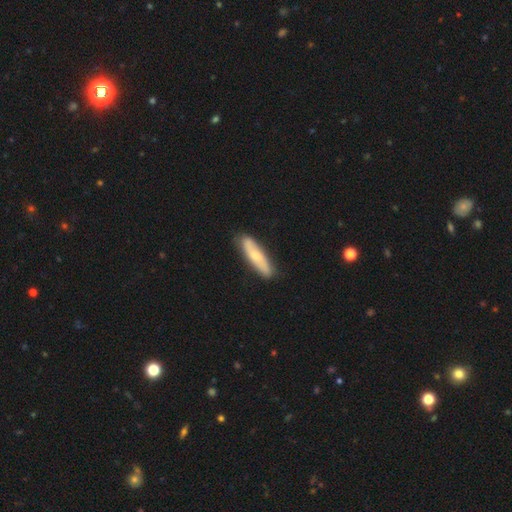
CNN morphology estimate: Q: Smooth or featured?
A: smooth (57%); runner-up: featured or disk (38%)
Q: How rounded?
A: cigar-shaped (73%); runner-up: in between (25%)
Q: Merging?
A: none (84%); runner-up: minor disturbance (12%)